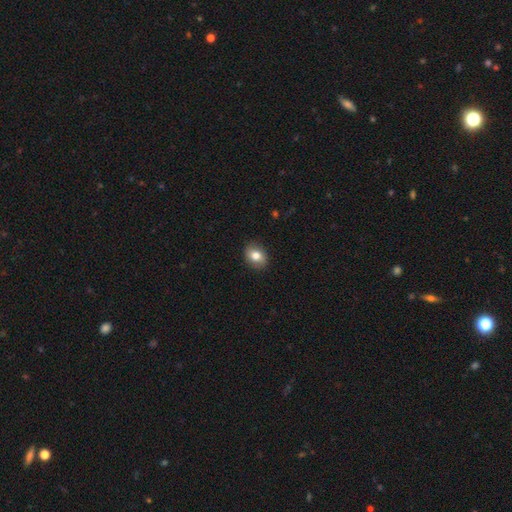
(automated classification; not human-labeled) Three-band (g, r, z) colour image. It shows a smooth galaxy with no disk features (78%) that is in between round and cigar-shaped (57%). Merging: none (87%).